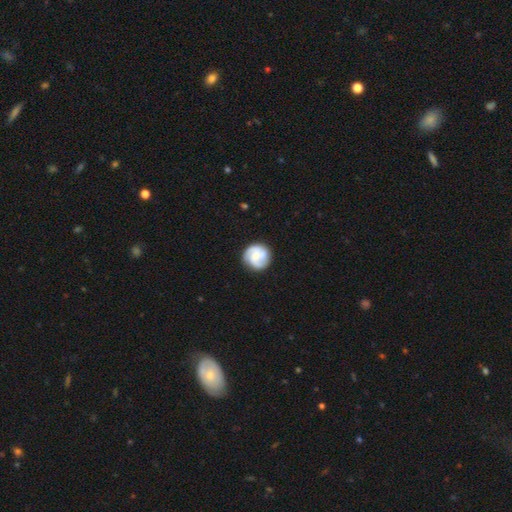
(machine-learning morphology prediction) Smooth or featured? Predicted: featured or disk (p=0.62). Edge-on disk? Predicted: no (p=0.98). Bar? Predicted: no (p=0.64). Spiral arms? Predicted: yes (p=0.91). Spiral winding? Predicted: tight (p=0.44). Spiral arm count? Predicted: 2 (p=0.44). Bulge size? Predicted: small (p=0.50). Merging? Predicted: none (p=0.81).